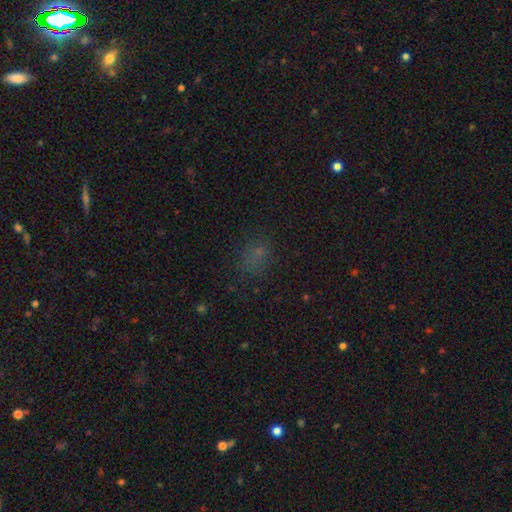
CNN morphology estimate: A smooth galaxy with no disk features (59%) that is in between round and cigar-shaped (50%). Merging: none (69%).